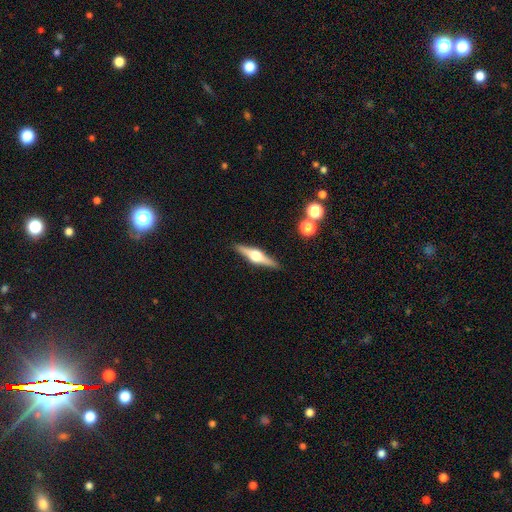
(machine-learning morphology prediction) This appears to be a featured or disk galaxy (76%) viewed edge-on (98%) with a rounded central bulge (95%). Merging: none (90%).